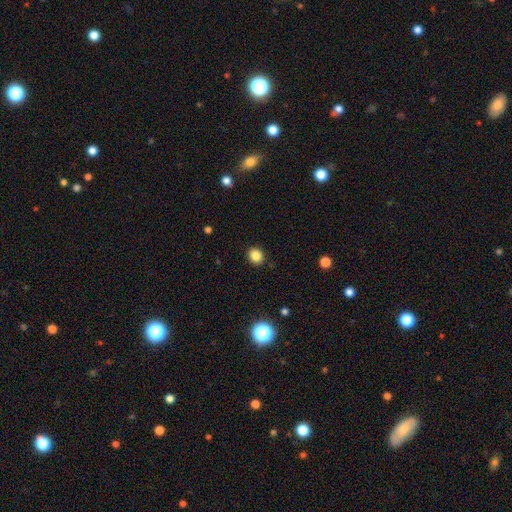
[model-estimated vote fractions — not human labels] This is clearly a smooth galaxy (84%). How rounded: likely round (79%). Merging: clearly none (91%).